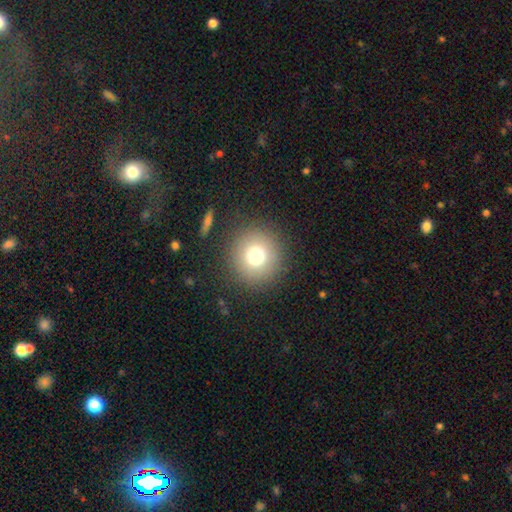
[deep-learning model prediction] Smooth or featured? Predicted: smooth (p=0.74). How rounded? Predicted: round (p=0.95). Merging? Predicted: none (p=0.89).